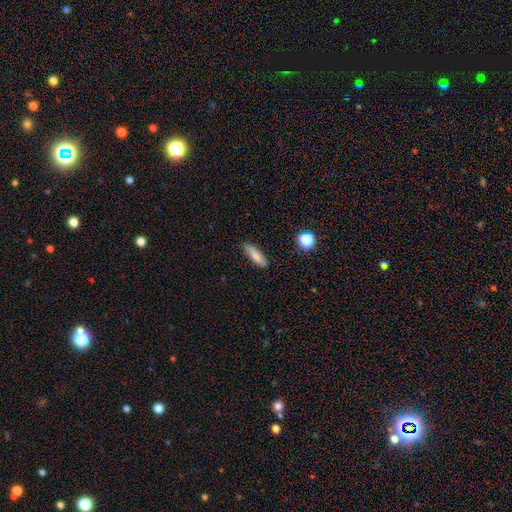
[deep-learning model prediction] This appears to be a smooth galaxy with no disk features (79%) that is in between round and cigar-shaped (49%). Merging: none (82%).